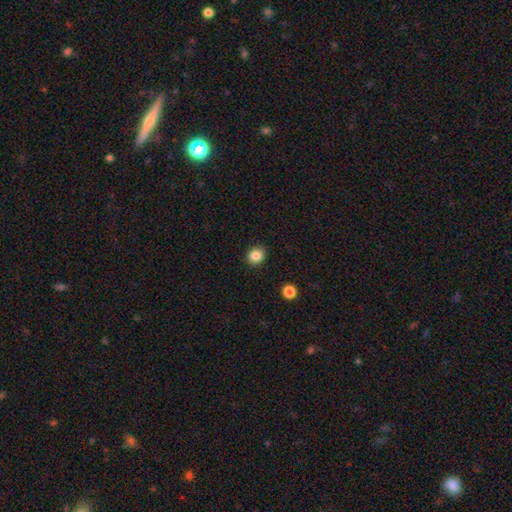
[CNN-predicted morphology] This appears to be a smooth galaxy with no disk features (86%) that is round (82%). Merging: none (91%).